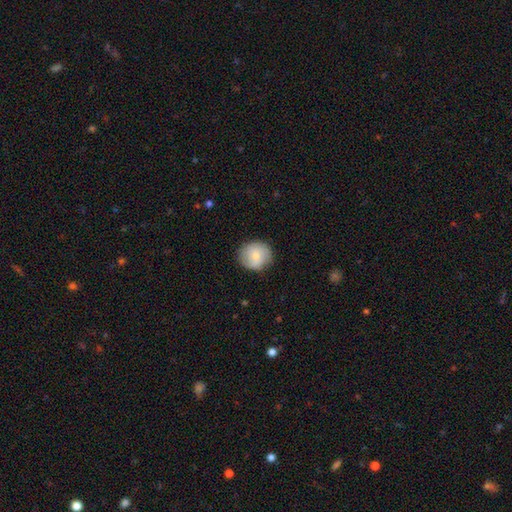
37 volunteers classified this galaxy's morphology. smooth-or-featured: smooth: 62% | featured or disk: 32% | star or artifact: 5%
  how-rounded: round: 74% | in between: 26% | cigar-shaped: 0%
  merging: none: 83% | minor disturbance: 9% | major disturbance: 6% | merger: 3%